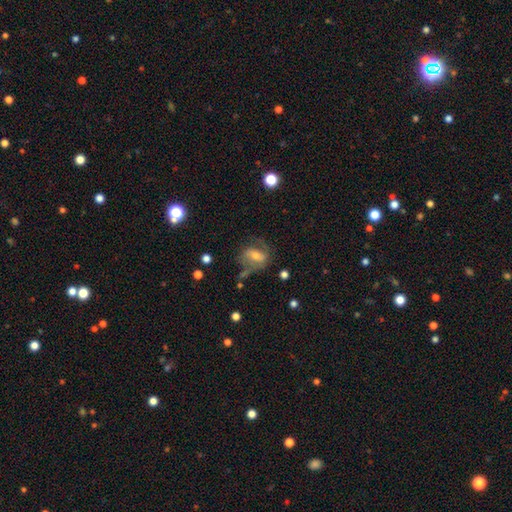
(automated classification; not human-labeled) A featured or disk galaxy (53%).

Vote fractions:
- Smooth or featured? featured or disk: 53% / smooth: 38% / star or artifact: 9%
- Edge-on disk? no: 94% / yes: 6%
- Merging? none: 47% / major disturbance: 24% / minor disturbance: 23% / merger: 6%